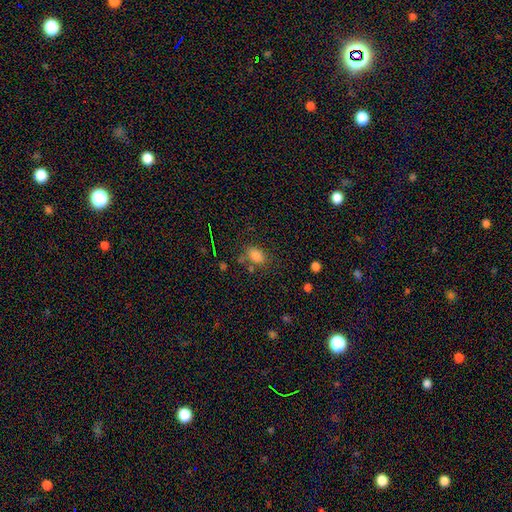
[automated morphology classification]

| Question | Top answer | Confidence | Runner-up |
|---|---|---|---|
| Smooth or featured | smooth | 79% | star or artifact (15%) |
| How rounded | in between | 73% | round (25%) |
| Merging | none | 68% | minor disturbance (17%) |